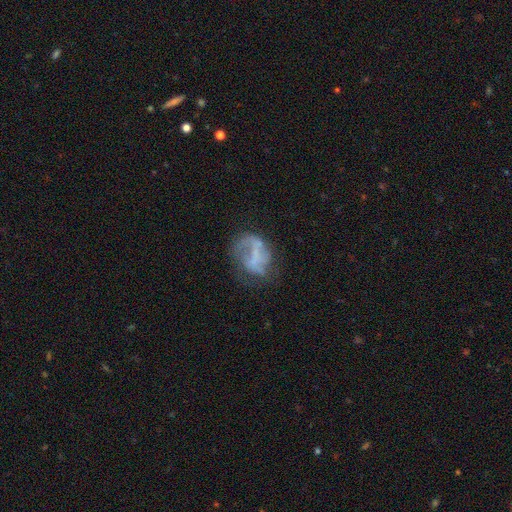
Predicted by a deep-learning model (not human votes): Smooth or featured? Predicted: featured or disk (p=0.58). Edge-on disk? Predicted: no (p=0.97). Bar? Predicted: no (p=0.53). Spiral arms? Predicted: no (p=0.59). Bulge size? Predicted: none (p=0.67). Merging? Predicted: none (p=0.41).